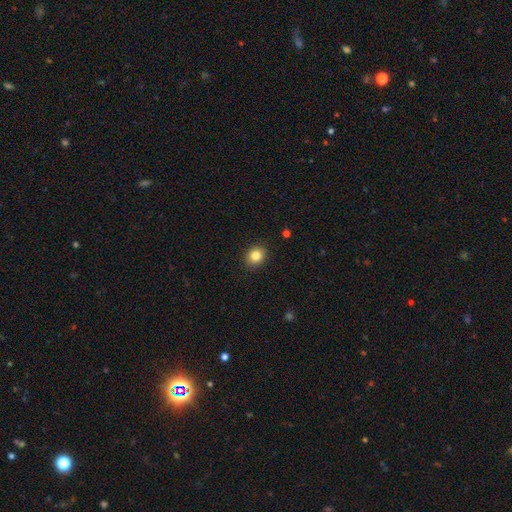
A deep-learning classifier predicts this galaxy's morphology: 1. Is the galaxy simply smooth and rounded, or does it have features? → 84% smooth, 10% star or artifact, 6% featured or disk.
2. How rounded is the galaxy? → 70% round, 29% in between, 1% cigar-shaped.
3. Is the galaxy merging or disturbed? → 90% none, 7% minor disturbance, 2% major disturbance, 1% merger.